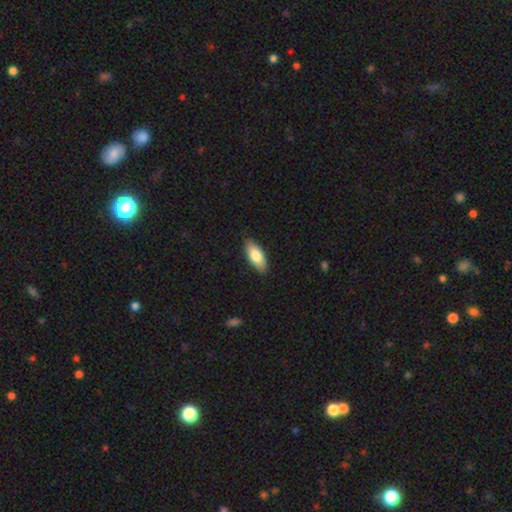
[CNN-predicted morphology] Smooth or featured: smooth — 78% (featured or disk — 16%)
How rounded: in between — 82% (cigar-shaped — 16%)
Merging: none — 87% (minor disturbance — 11%)